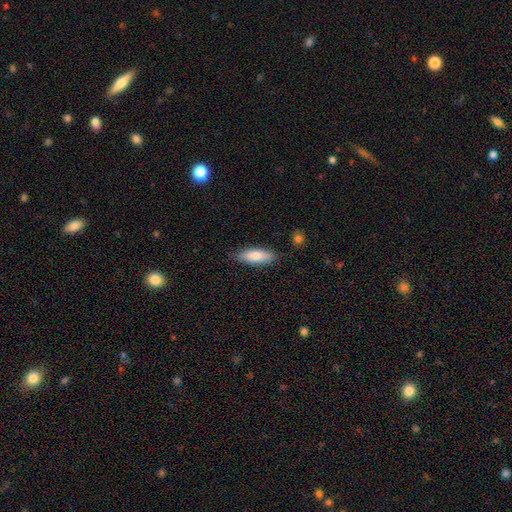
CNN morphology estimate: smooth_or_featured: smooth (p=0.80) [alt: featured or disk p=0.14]
how_rounded: in between (p=0.58) [alt: cigar-shaped p=0.40]
merging: none (p=0.84) [alt: minor disturbance p=0.12]